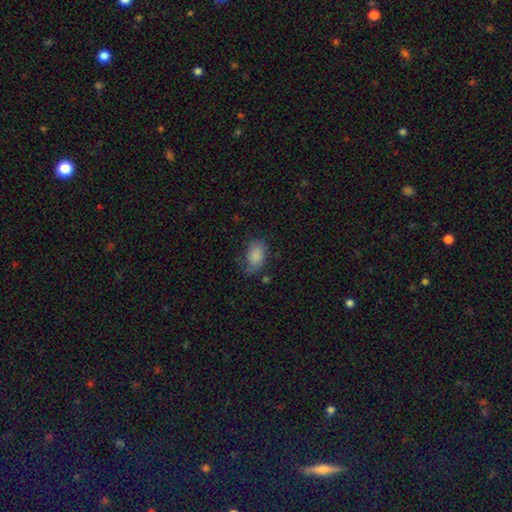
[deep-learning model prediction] This is clearly a smooth galaxy (83%). How rounded: clearly in between (90%). Merging: possibly none (59%).